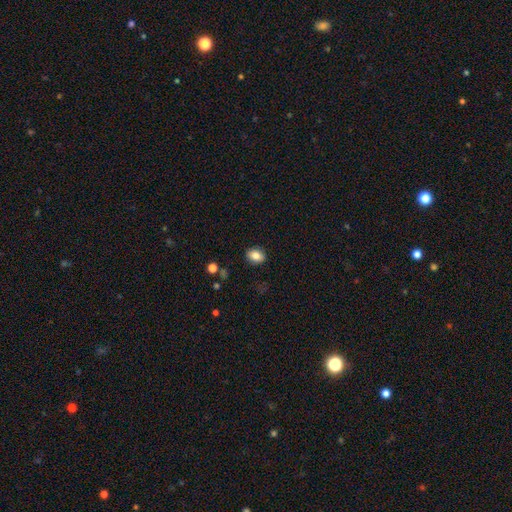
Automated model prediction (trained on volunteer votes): smooth-or-featured: smooth: 83% | star or artifact: 9% | featured or disk: 8%
  how-rounded: in between: 64% | round: 35% | cigar-shaped: 1%
  merging: none: 89% | minor disturbance: 8% | major disturbance: 2% | merger: 1%